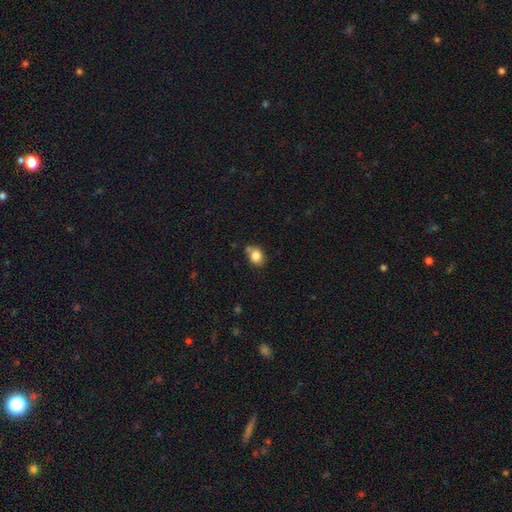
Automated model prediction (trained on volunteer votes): Smooth or featured? smooth (83%)
How rounded? round (50%)
Merging? none (62%)